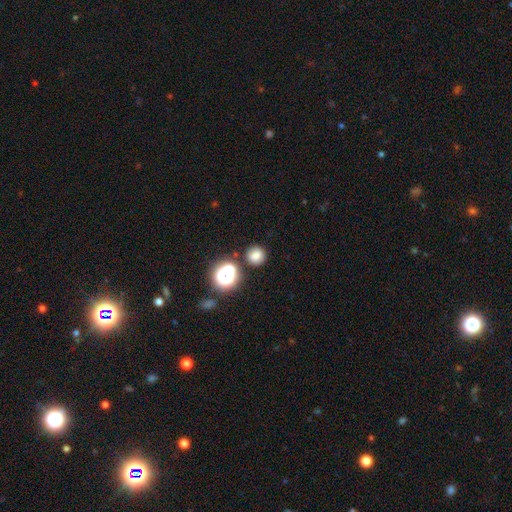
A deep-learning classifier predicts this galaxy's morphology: smooth_or_featured: smooth (p=0.74) [alt: star or artifact p=0.19]
how_rounded: round (p=0.91) [alt: in between p=0.08]
merging: none (p=0.84) [alt: minor disturbance p=0.08]